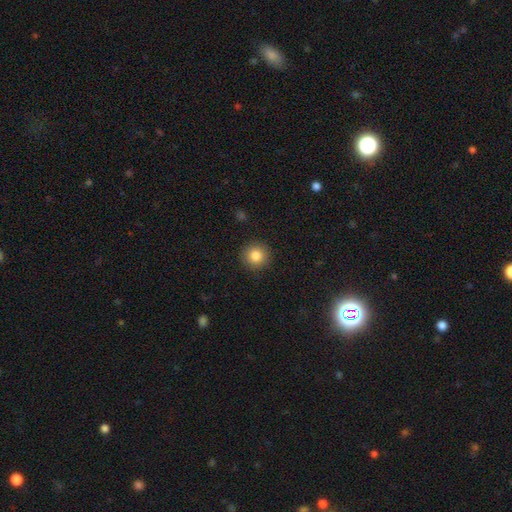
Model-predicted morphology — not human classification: Smooth or featured? smooth (84%)
How rounded? round (95%)
Merging? none (92%)